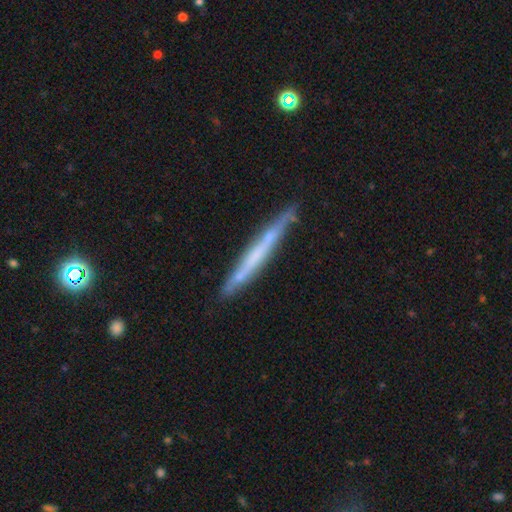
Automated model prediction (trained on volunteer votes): This is possibly a featured or disk galaxy (56%). It is clearly viewed edge-on (93%). Edge-on bulge: clearly none (81%). Merging: clearly none (82%).